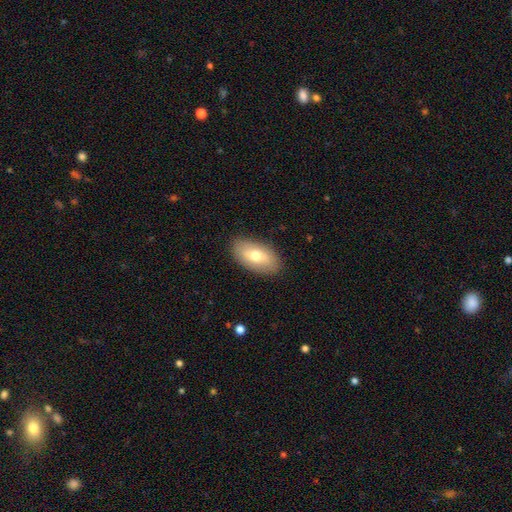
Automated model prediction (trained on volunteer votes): smooth 65%, featured or disk 28%, star or artifact 6%. Down the decision tree: how rounded — in between (93%); merging — none (87%).